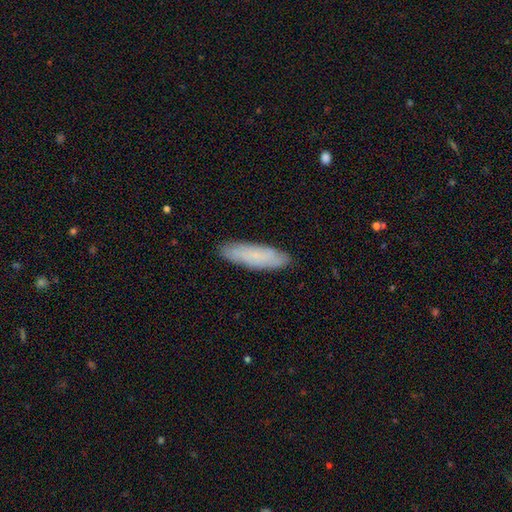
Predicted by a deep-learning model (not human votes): A smooth galaxy with no disk features (66%) that is cigar-shaped (61%). Merging: none (87%).